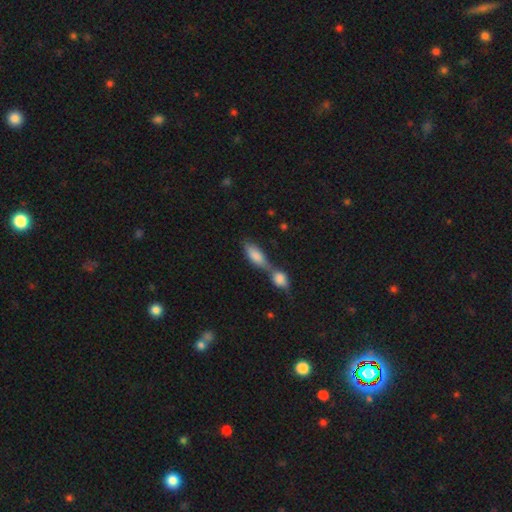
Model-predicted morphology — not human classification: Smooth or featured? Predicted: smooth (p=0.77). How rounded? Predicted: in between (p=0.78). Merging? Predicted: merger (p=0.72).